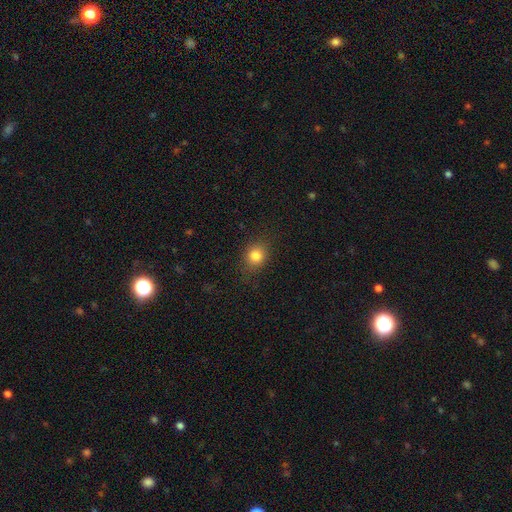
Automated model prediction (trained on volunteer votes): A smooth galaxy with no disk features (82%) that is round (67%). Merging: none (82%).